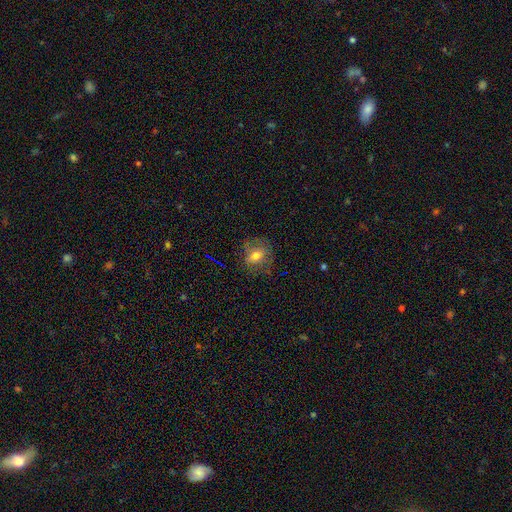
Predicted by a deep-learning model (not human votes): This is likely a smooth galaxy (63%). How rounded: possibly in between (49%, tied with round). Merging: likely none (67%).